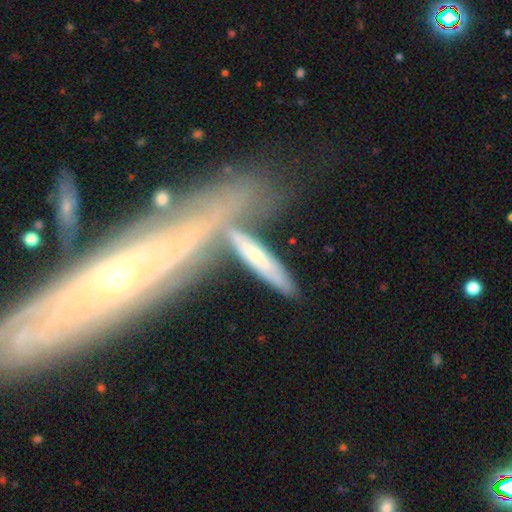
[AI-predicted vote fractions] Smooth or featured? featured or disk (53%)
Edge-on disk? yes (60%)
Merging? none (46%)